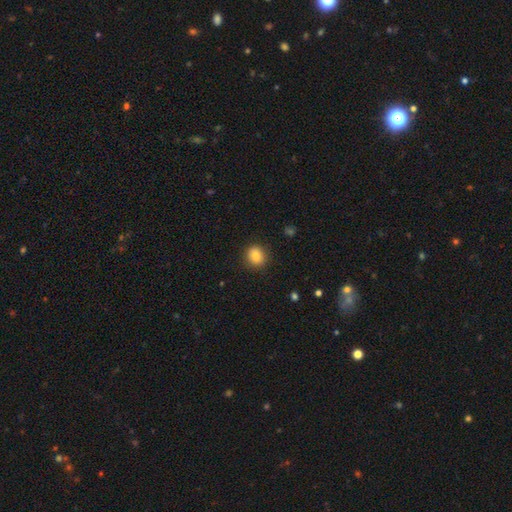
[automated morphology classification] A smooth galaxy with no disk features (85%) that is round (71%).

Vote fractions:
- Smooth or featured? smooth: 85% / star or artifact: 9% / featured or disk: 5%
- How rounded? round: 71% / in between: 28% / cigar-shaped: 1%
- Merging? none: 87% / minor disturbance: 9% / major disturbance: 3% / merger: 1%